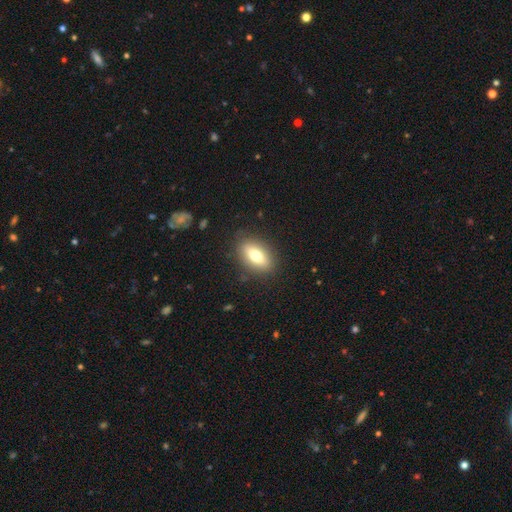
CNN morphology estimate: This appears to be a smooth galaxy with no disk features (71%) that is in between round and cigar-shaped (84%). Merging: none (85%).